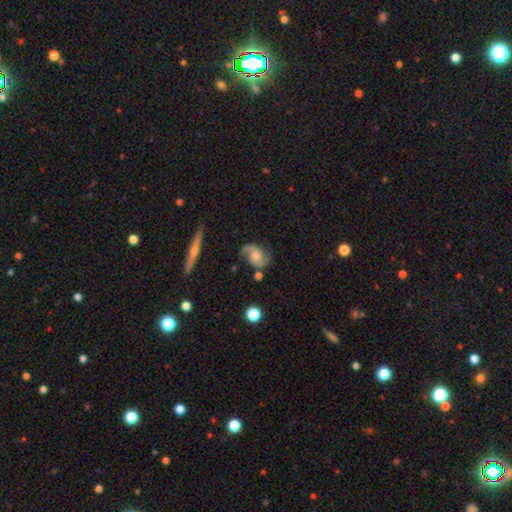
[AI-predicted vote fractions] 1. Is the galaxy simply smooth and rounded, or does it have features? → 78% featured or disk, 16% smooth, 7% star or artifact.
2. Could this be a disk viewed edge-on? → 96% no, 4% yes.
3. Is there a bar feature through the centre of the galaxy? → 65% no, 30% weak, 6% strong.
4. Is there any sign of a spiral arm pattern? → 95% yes, 5% no.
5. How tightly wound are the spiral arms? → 47% medium, 35% loose, 18% tight.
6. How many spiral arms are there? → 89% 2, 4% can't tell, 4% 1, 1% 3, 1% 4, 1% more than 4.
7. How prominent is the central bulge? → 43% moderate, 27% small, 14% none, 13% large, 2% dominant.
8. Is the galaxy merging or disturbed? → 67% none, 20% minor disturbance, 8% major disturbance, 5% merger.